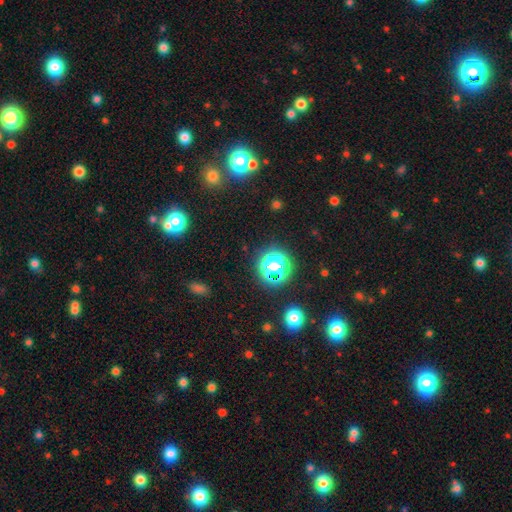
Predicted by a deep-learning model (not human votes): star or artifact 67%, smooth 26%, featured or disk 7%.